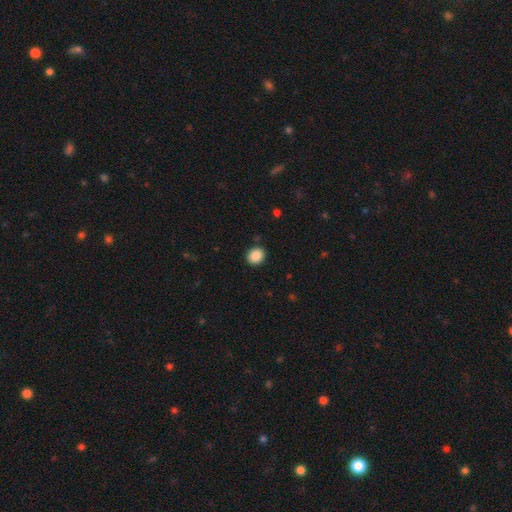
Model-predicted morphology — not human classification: Smooth or featured? Predicted: smooth (p=0.88). How rounded? Predicted: round (p=0.73). Merging? Predicted: none (p=0.90).